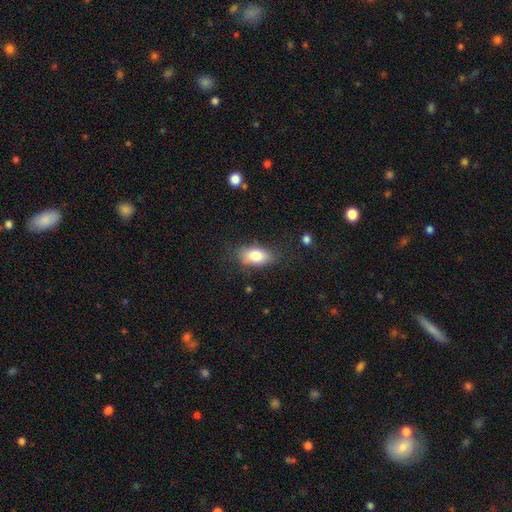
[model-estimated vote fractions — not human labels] smooth_or_featured: smooth (p=0.81) [alt: featured or disk p=0.12]
how_rounded: in between (p=0.89) [alt: round p=0.07]
merging: none (p=0.73) [alt: minor disturbance p=0.19]